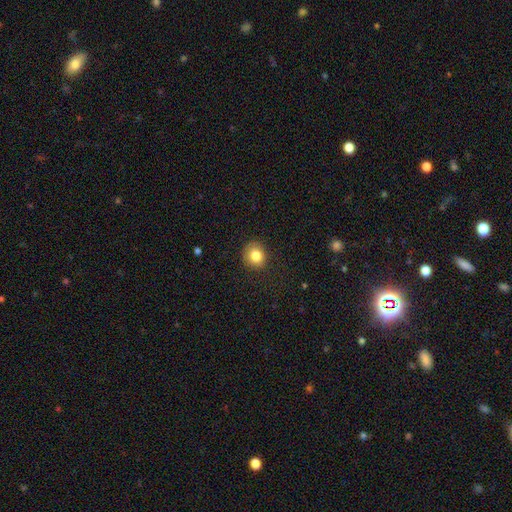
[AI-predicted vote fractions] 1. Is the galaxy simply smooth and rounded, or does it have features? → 83% smooth, 10% star or artifact, 7% featured or disk.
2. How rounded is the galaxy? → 82% round, 17% in between, 1% cigar-shaped.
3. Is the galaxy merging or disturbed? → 85% none, 11% minor disturbance, 3% major disturbance, 1% merger.